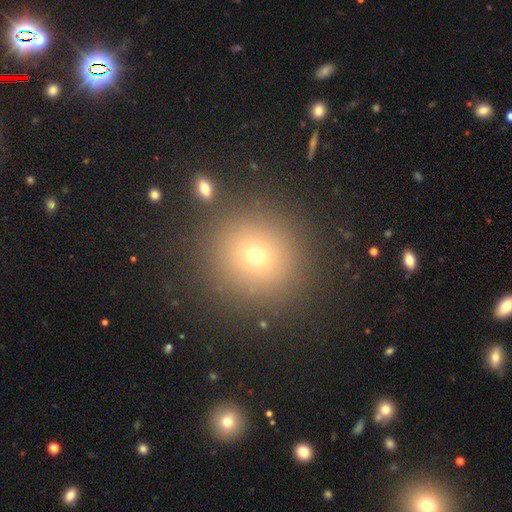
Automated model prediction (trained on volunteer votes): Smooth or featured: smooth — 70% (star or artifact — 20%)
How rounded: round — 92% (in between — 7%)
Merging: none — 86% (minor disturbance — 7%)